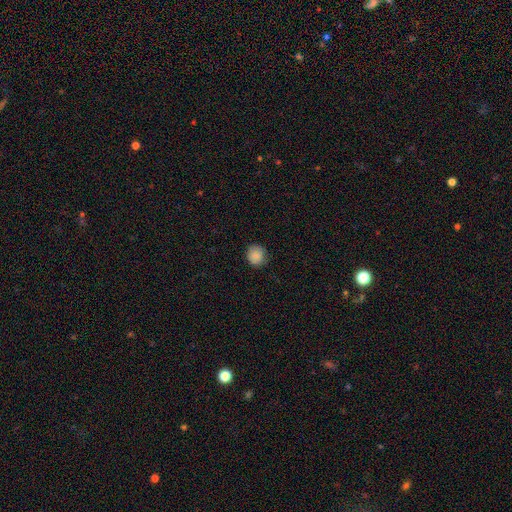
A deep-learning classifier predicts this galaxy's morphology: Smooth or featured? smooth (87%)
How rounded? round (84%)
Merging? none (84%)